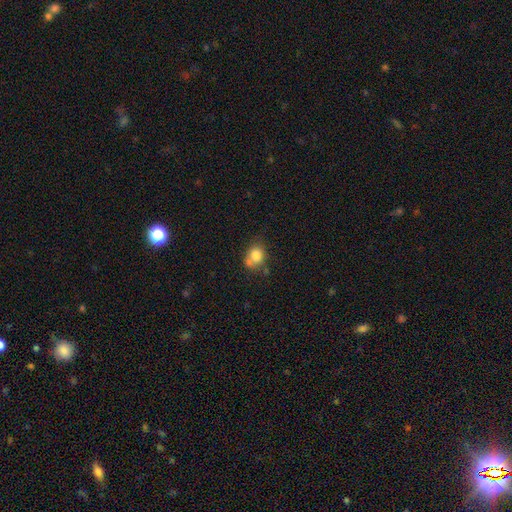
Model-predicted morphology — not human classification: Smooth or featured?
  - smooth: 80% *
  - featured or disk: 11%
  - star or artifact: 10%
How rounded?
  - round: 56% *
  - in between: 43%
  - cigar-shaped: 1%
Merging?
  - none: 49% *
  - minor disturbance: 22%
  - merger: 22%
  - major disturbance: 7%